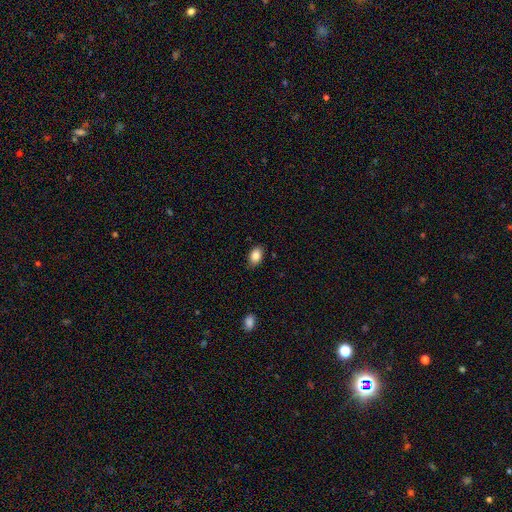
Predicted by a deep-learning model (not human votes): smooth 86%, star or artifact 8%, featured or disk 6%. Down the decision tree: how rounded — in between (86%); merging — none (86%).